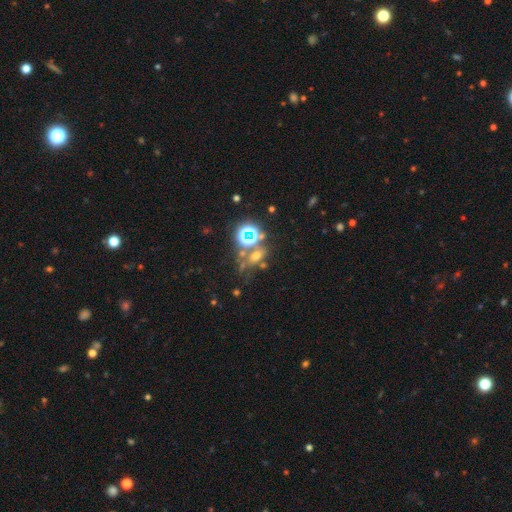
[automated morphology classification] Smooth or featured: star or artifact — 48% (smooth — 38%)